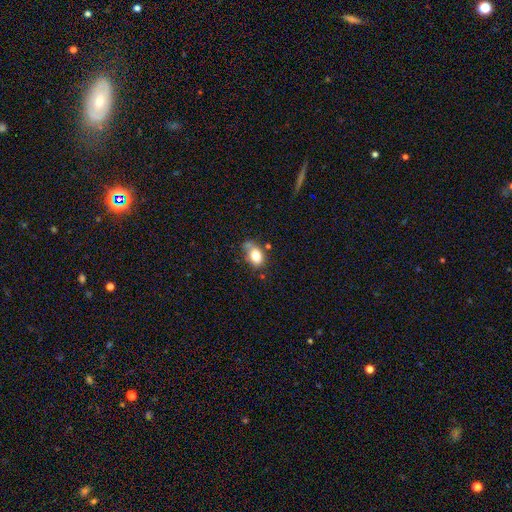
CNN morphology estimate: Q: Smooth or featured?
A: smooth (80%); runner-up: featured or disk (11%)
Q: How rounded?
A: in between (71%); runner-up: round (28%)
Q: Merging?
A: none (54%); runner-up: minor disturbance (26%)